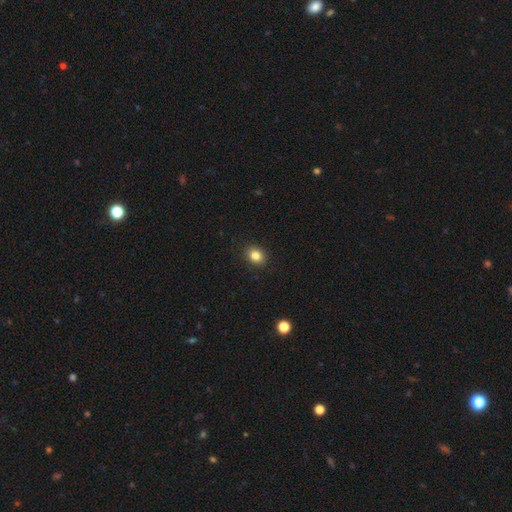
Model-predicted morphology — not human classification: Overall: smooth (84%). How rounded: round (55%; in between 44%). Merging: none (90%).